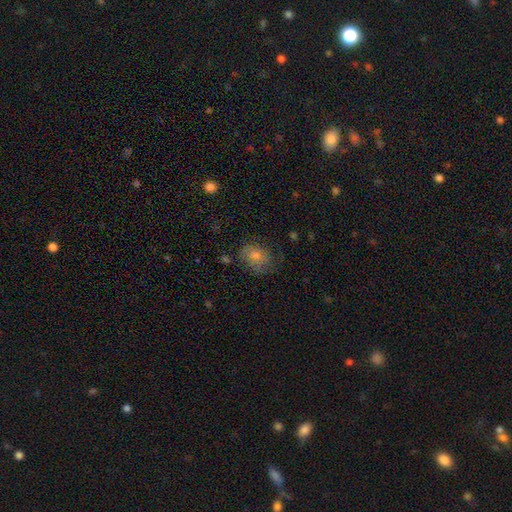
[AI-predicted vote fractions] Q: Smooth or featured?
A: smooth (58%); runner-up: featured or disk (28%)
Q: How rounded?
A: in between (49%); tied with: round (49%)
Q: Merging?
A: none (65%); runner-up: minor disturbance (23%)